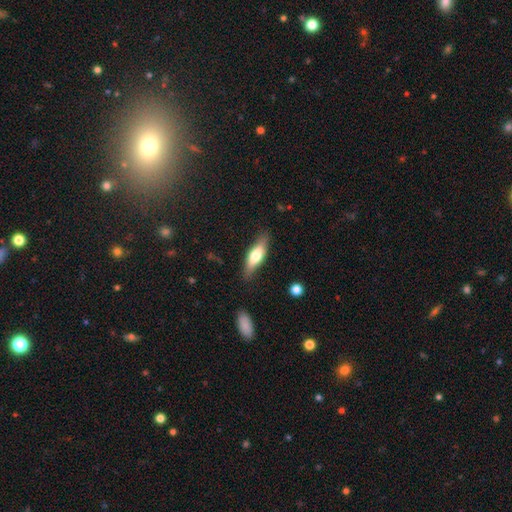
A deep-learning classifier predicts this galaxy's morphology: type=smooth (56%); roundness=cigar-shaped (51%); merging=none (82%).